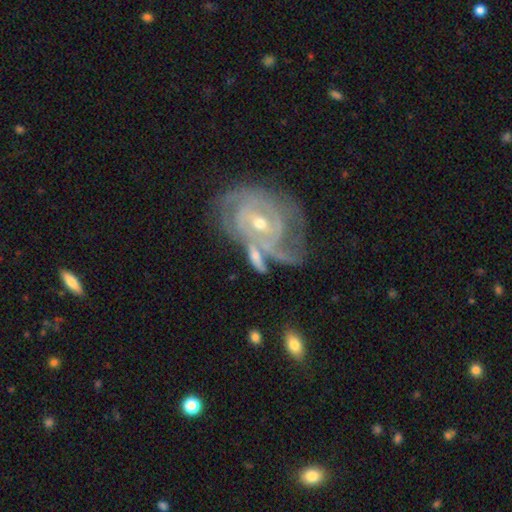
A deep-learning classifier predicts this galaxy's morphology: Smooth or featured: featured or disk — 72% (smooth — 21%)
Edge-on disk: no — 90% (yes — 10%)
Bar: no — 42% (weak — 37%)
Spiral arms: yes — 81% (no — 19%)
Spiral winding: tight — 60% (medium — 29%)
Spiral arm count: 2 — 38% (can't tell — 31%)
Bulge size: small — 49% (moderate — 45%)
Merging: none — 37% (merger — 35%)